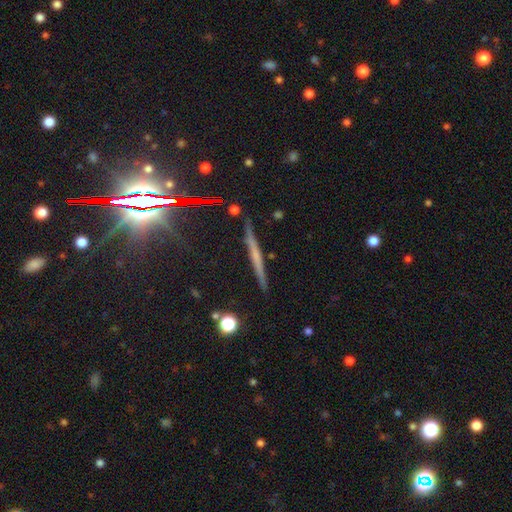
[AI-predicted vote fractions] Morphology: type=featured or disk (53%); edge-on=yes (97%); edge-on bulge=none (73%); merging=none (89%).